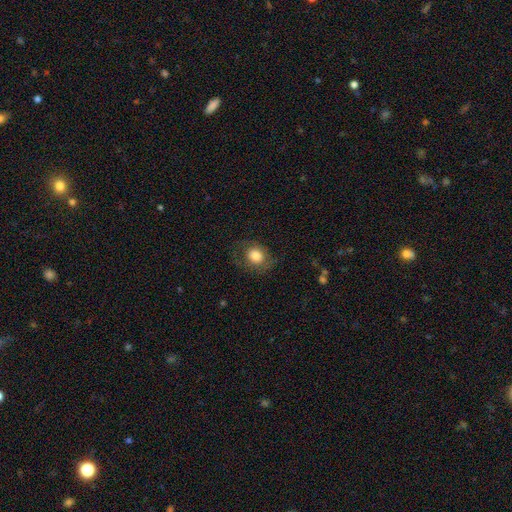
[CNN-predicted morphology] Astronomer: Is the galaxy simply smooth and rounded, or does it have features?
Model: smooth — 77%.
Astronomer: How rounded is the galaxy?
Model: round — 66%.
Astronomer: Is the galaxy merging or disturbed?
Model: none — 72%.